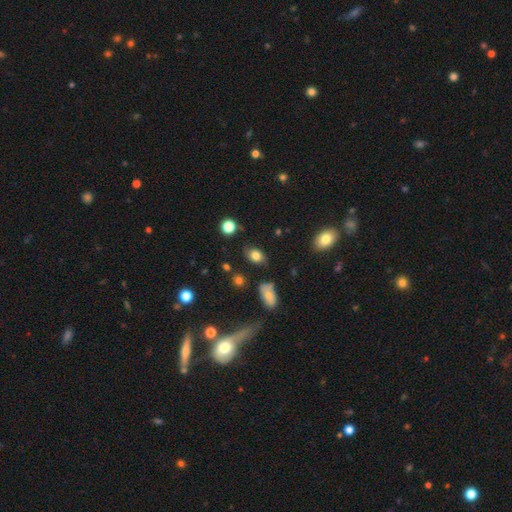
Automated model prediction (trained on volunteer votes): Overall: smooth (78%). How rounded: in between (81%). Merging: none (73%).